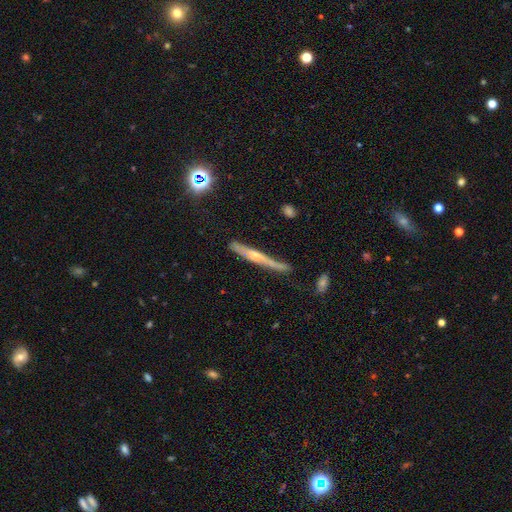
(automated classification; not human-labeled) Morphology: type=featured or disk (67%); edge-on=yes (94%); edge-on bulge=rounded (69%); merging=none (71%).